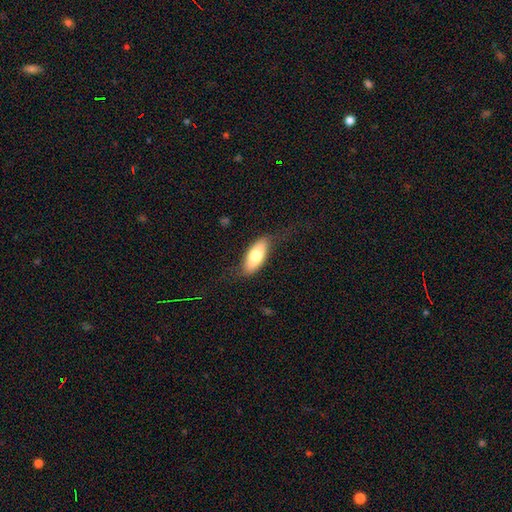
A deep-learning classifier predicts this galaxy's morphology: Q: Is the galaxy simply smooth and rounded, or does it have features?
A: smooth — 71%.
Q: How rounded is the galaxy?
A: in between — 81%.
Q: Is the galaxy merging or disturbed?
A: none — 72%.